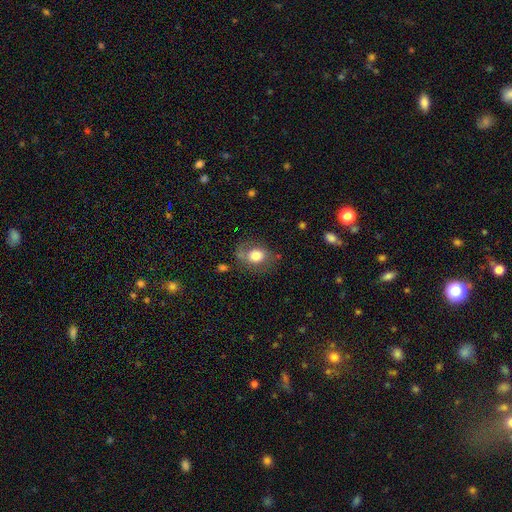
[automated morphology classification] Overall: smooth (70%). How rounded: in between (53%; round 46%). Merging: none (61%; minor disturbance 23%).